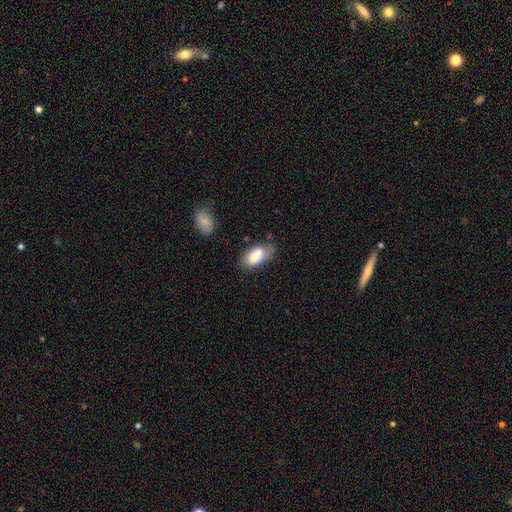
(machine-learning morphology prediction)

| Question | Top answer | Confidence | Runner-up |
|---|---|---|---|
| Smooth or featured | smooth | 80% | featured or disk (13%) |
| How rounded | in between | 92% | cigar-shaped (5%) |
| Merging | none | 58% | minor disturbance (28%) |